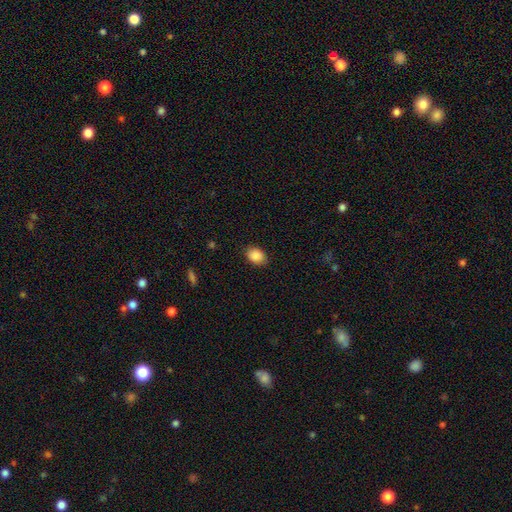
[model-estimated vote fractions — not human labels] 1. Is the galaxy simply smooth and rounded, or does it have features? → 89% smooth, 8% star or artifact, 3% featured or disk.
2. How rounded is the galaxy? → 71% in between, 28% round, 1% cigar-shaped.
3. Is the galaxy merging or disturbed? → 84% none, 12% minor disturbance, 3% major disturbance, 1% merger.